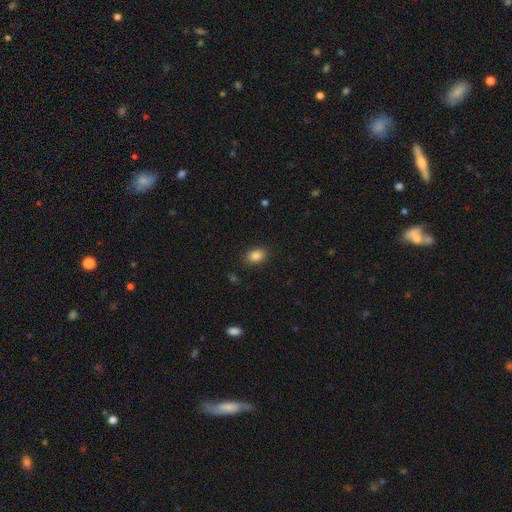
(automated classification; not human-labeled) smooth-or-featured: smooth: 86% | star or artifact: 9% | featured or disk: 5%
  how-rounded: in between: 76% | round: 23% | cigar-shaped: 1%
  merging: none: 87% | minor disturbance: 9% | major disturbance: 3% | merger: 1%